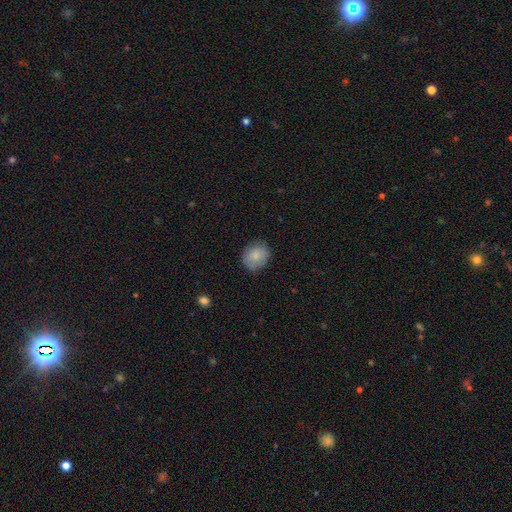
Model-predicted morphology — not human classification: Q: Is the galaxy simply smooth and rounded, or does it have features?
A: smooth — 83%.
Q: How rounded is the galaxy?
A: round — 65%.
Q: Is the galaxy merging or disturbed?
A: none — 80%.